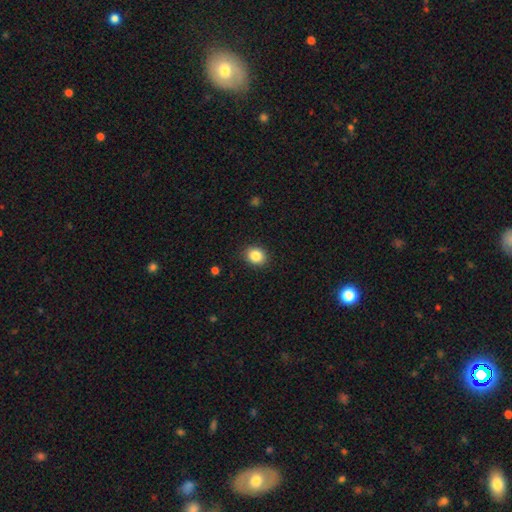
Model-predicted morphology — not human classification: smooth-or-featured: smooth: 85% | star or artifact: 10% | featured or disk: 5%
  how-rounded: round: 62% | in between: 37% | cigar-shaped: 1%
  merging: none: 89% | minor disturbance: 8% | major disturbance: 2% | merger: 1%